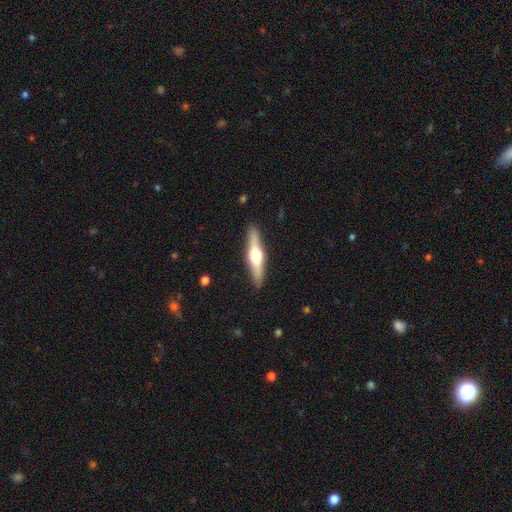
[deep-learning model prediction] smooth-or-featured: featured or disk: 64% | smooth: 31% | star or artifact: 5%
  disk-edge-on: yes: 96% | no: 4%
    edge-on-bulge: rounded: 95% | boxy: 3% | none: 2%
  merging: none: 90% | minor disturbance: 7% | major disturbance: 2% | merger: 1%